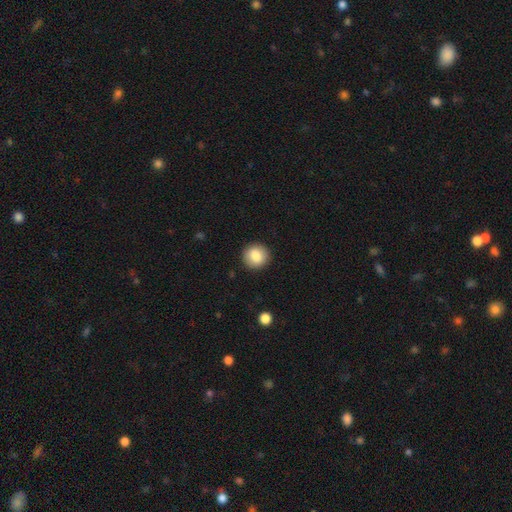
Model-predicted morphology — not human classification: Smooth or featured?
  - smooth: 84% *
  - star or artifact: 8%
  - featured or disk: 7%
How rounded?
  - round: 91% *
  - in between: 8%
  - cigar-shaped: 1%
Merging?
  - none: 91% *
  - minor disturbance: 6%
  - major disturbance: 2%
  - merger: 1%